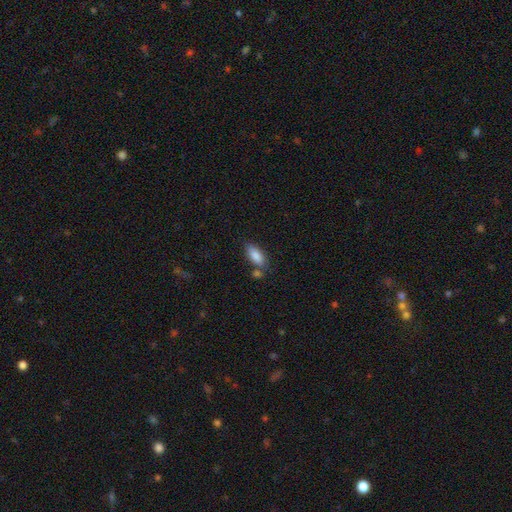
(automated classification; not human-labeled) smooth-or-featured: smooth: 86% | featured or disk: 7% | star or artifact: 7%
  how-rounded: in between: 86% | cigar-shaped: 12% | round: 2%
  merging: none: 65% | merger: 16% | minor disturbance: 15% | major disturbance: 4%